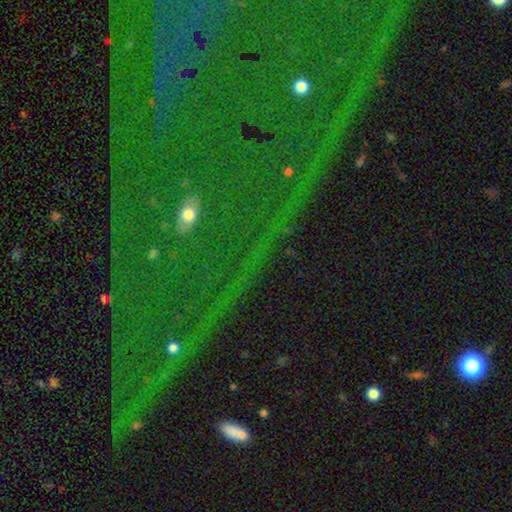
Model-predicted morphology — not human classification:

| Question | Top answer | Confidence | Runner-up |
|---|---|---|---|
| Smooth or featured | star or artifact | 79% | featured or disk (11%) |